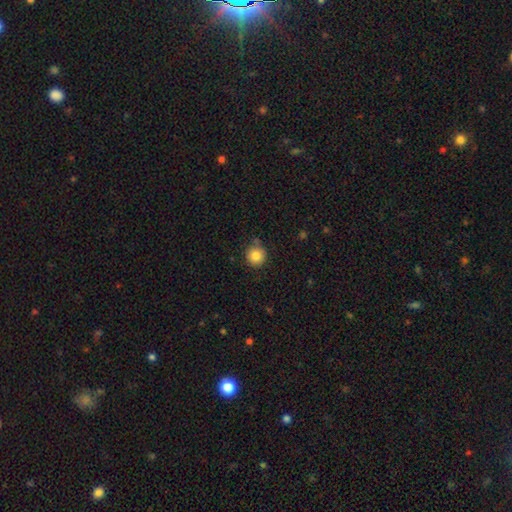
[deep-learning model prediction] The model was most divided on "merging": none: 81%, minor disturbance: 12%, merger: 4%, major disturbance: 3%. More confident: how rounded — round (94%); smooth or featured — smooth (85%).